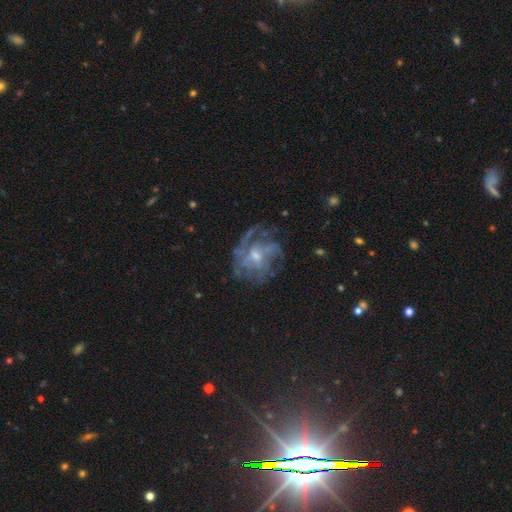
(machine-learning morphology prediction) smooth-or-featured: featured or disk: 73% | star or artifact: 14% | smooth: 13%
  disk-edge-on: no: 97% | yes: 3%
    bar: no: 59% | weak: 34% | strong: 7%
    has-spiral-arms: yes: 77% | no: 23%
      spiral-winding: medium: 39% (tied) | tight: 39% (tied) | loose: 23%
      spiral-arm-count: can't tell: 48% | 3: 15% | 2: 13% | 4: 11% | 1: 7% | more than 4: 6%
    bulge-size: small: 52% | moderate: 40% | none: 4% | large: 2% | dominant: 1%
  merging: none: 58% | major disturbance: 21% | minor disturbance: 18% | merger: 2%